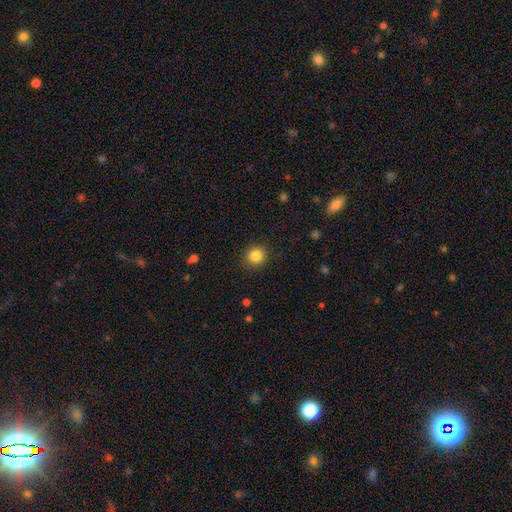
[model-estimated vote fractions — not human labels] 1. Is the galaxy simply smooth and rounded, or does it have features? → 85% smooth, 11% star or artifact, 4% featured or disk.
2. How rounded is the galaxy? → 91% round, 8% in between, 1% cigar-shaped.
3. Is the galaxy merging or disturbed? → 89% none, 7% minor disturbance, 3% major disturbance, 1% merger.